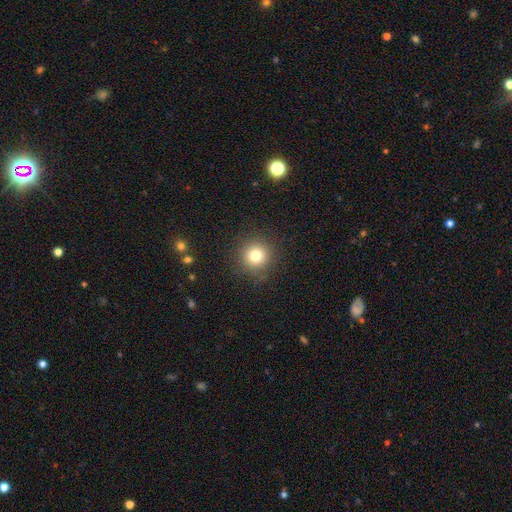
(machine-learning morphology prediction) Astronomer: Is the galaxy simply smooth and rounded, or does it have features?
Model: smooth — 78%.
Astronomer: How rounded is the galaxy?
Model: round — 95%.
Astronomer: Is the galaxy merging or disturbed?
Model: none — 90%.